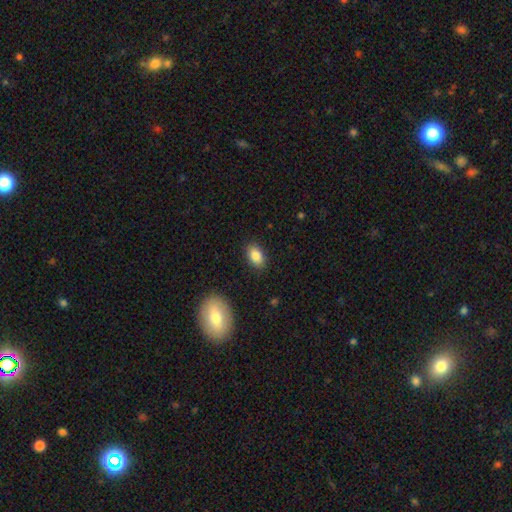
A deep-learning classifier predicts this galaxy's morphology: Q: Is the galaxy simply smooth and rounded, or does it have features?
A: smooth — 85%.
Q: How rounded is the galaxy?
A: in between — 89%.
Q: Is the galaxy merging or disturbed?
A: none — 88%.